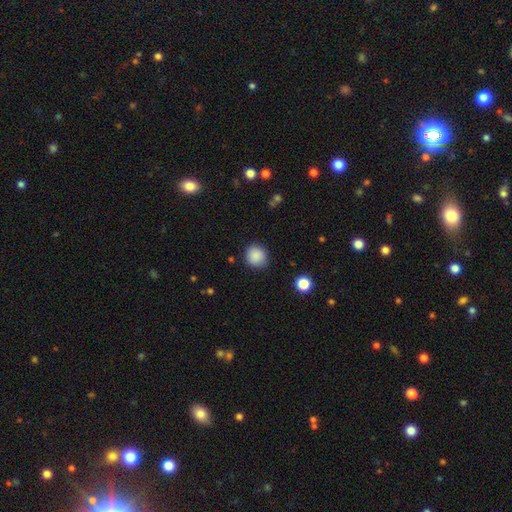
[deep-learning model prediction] Smooth or featured? Predicted: smooth (p=0.88). How rounded? Predicted: round (p=0.88). Merging? Predicted: none (p=0.86).